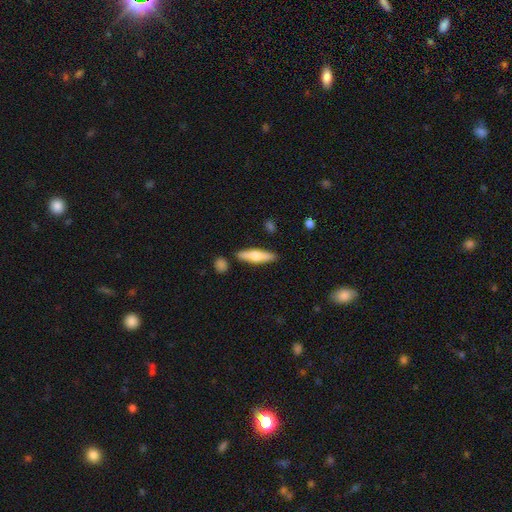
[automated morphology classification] smooth 58%, featured or disk 36%, star or artifact 6%. Down the decision tree: how rounded — cigar-shaped (72%); merging — none (86%).